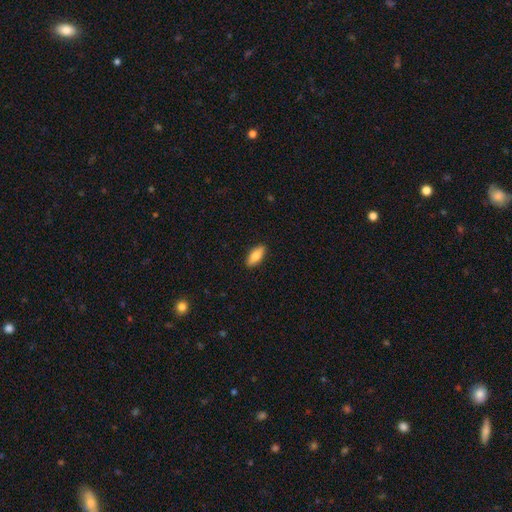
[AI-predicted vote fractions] This is clearly a smooth galaxy (84%). How rounded: clearly in between (81%). Merging: clearly none (89%).